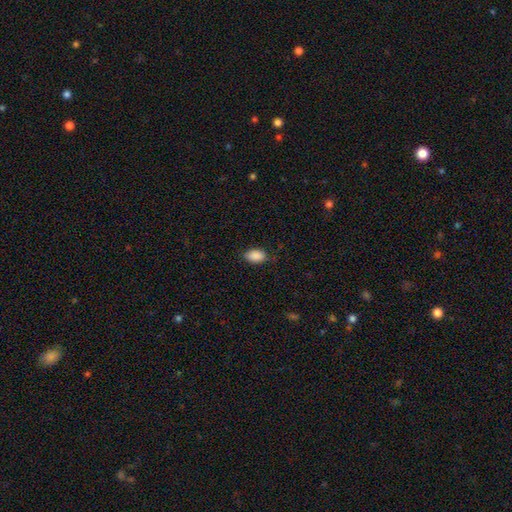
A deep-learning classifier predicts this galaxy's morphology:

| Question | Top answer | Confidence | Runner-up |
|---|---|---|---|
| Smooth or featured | smooth | 90% | star or artifact (7%) |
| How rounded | in between | 92% | round (7%) |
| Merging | none | 80% | minor disturbance (16%) |